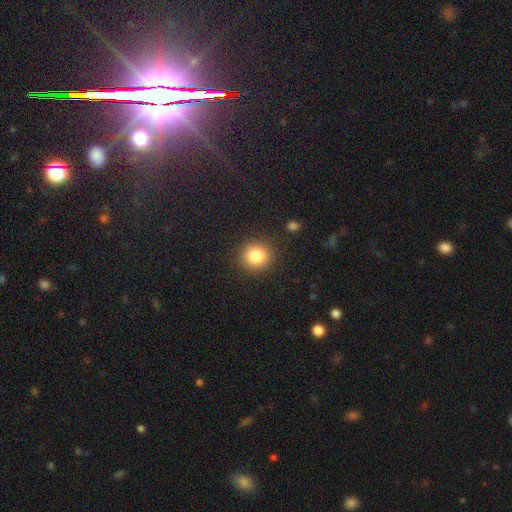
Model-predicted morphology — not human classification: smooth-or-featured: smooth: 83% | star or artifact: 11% | featured or disk: 6%
  how-rounded: round: 89% | in between: 10% | cigar-shaped: 1%
  merging: none: 90% | minor disturbance: 6% | major disturbance: 2% | merger: 1%